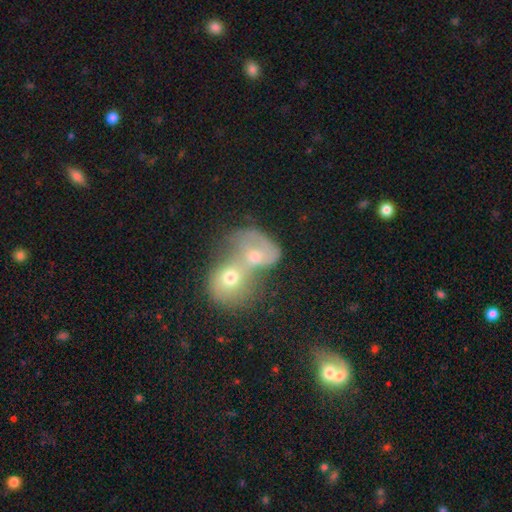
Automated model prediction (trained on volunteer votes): smooth_or_featured: smooth (p=0.52) [alt: featured or disk p=0.37]
how_rounded: round (p=0.53) [alt: in between p=0.45]
merging: merger (p=0.80) [alt: none p=0.10]